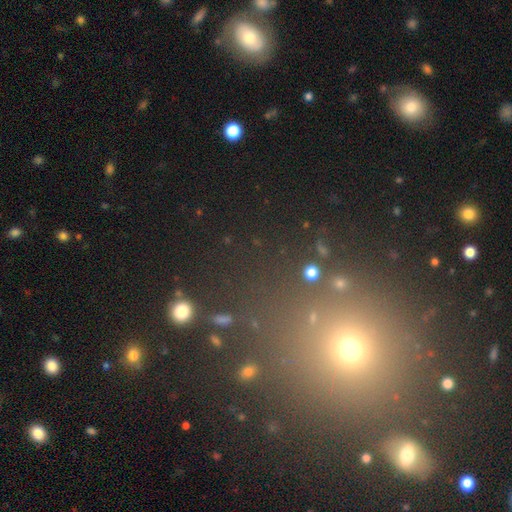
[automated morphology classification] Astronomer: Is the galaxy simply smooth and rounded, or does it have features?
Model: star or artifact — 46% (runner-up: smooth, 45%).